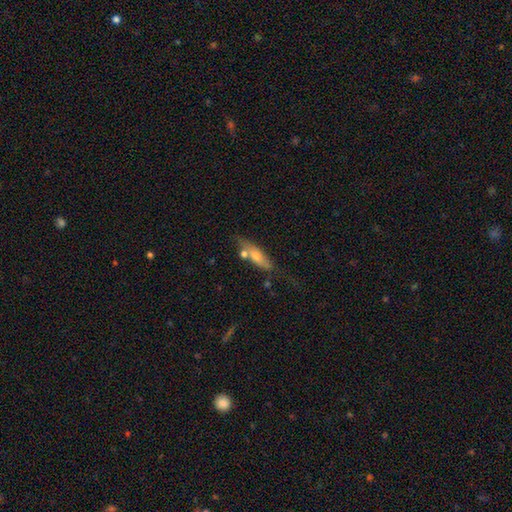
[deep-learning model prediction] smooth_or_featured: smooth (p=0.53) [alt: featured or disk p=0.38]
how_rounded: cigar-shaped (p=0.58) [alt: in between p=0.38]
merging: none (p=0.53) [alt: minor disturbance p=0.22]